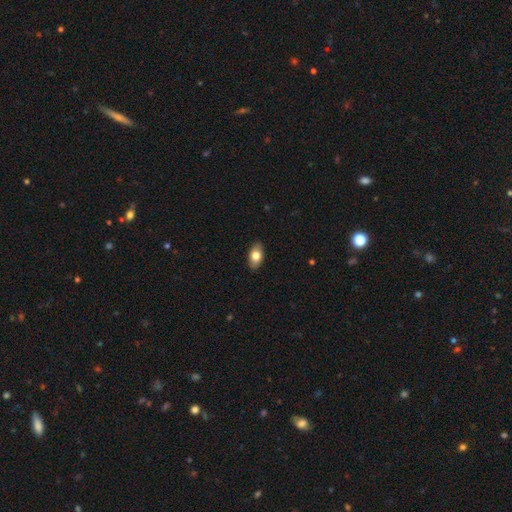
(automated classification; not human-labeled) The model was most divided on "smooth or featured": smooth: 77%, featured or disk: 16%, star or artifact: 7%. More confident: how rounded — in between (91%); merging — none (88%).